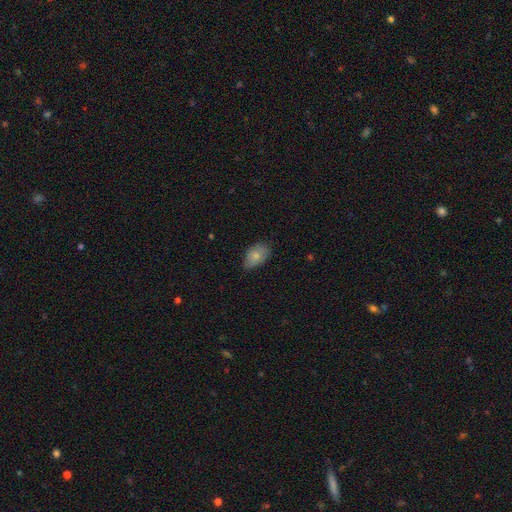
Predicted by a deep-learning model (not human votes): Q: Smooth or featured?
A: smooth (76%); runner-up: featured or disk (16%)
Q: How rounded?
A: in between (89%); runner-up: round (9%)
Q: Merging?
A: none (66%); runner-up: minor disturbance (28%)